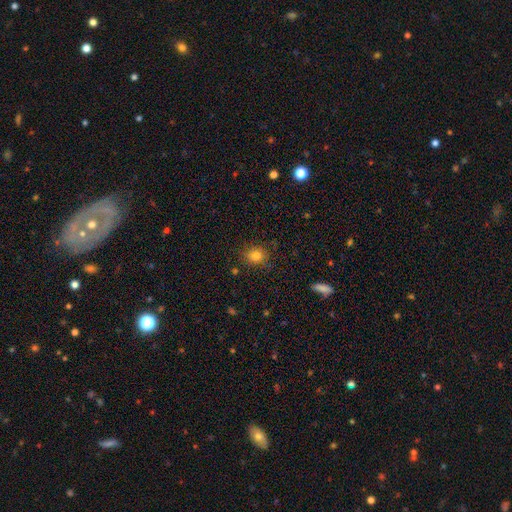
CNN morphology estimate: The model was most divided on "how rounded": round: 66%, in between: 32%, cigar-shaped: 1%. More confident: merging — none (83%); smooth or featured — smooth (81%).